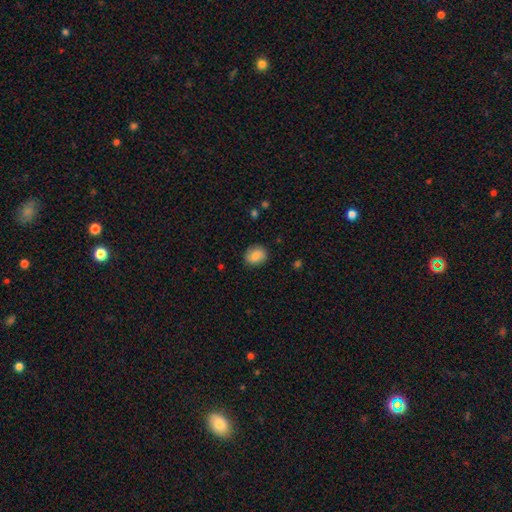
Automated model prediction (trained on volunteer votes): Smooth or featured? smooth (85%)
How rounded? round (51%)
Merging? none (86%)